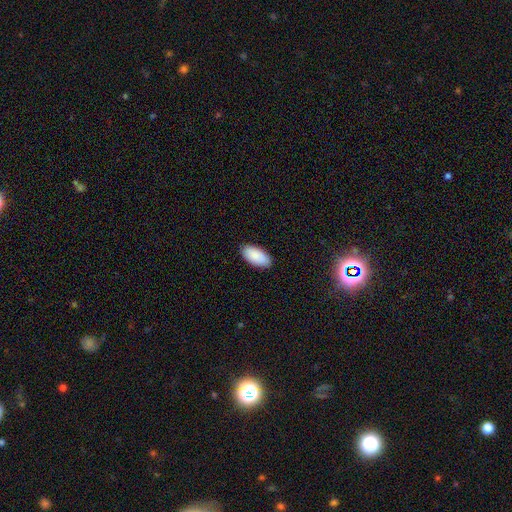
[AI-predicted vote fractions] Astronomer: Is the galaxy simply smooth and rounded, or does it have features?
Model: smooth — 90%.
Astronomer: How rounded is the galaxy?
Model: in between — 95%.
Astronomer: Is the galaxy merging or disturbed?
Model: none — 88%.